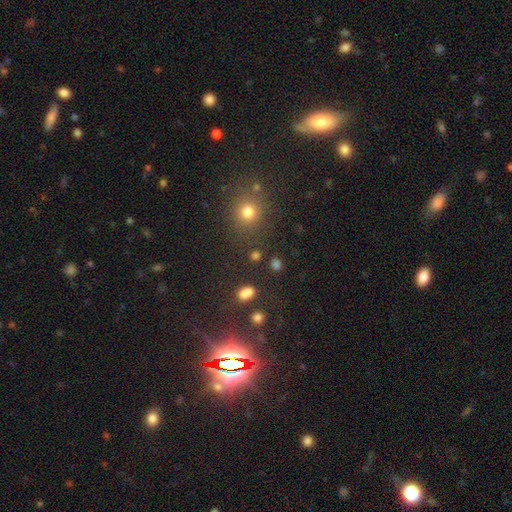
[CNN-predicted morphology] Smooth or featured: smooth — 57% (star or artifact — 36%)
How rounded: round — 72% (in between — 26%)
Merging: none — 81% (minor disturbance — 8%)